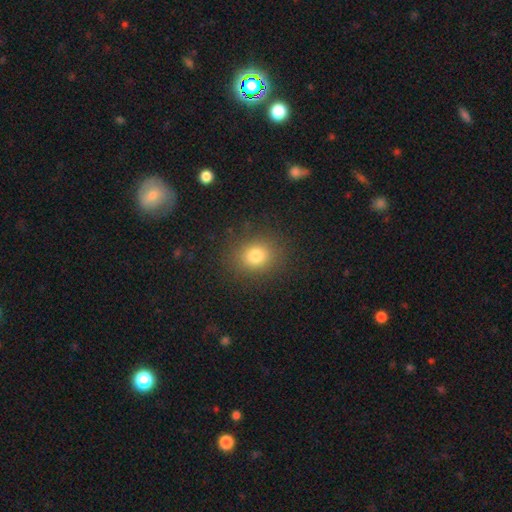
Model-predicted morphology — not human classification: A smooth galaxy with no disk features (80%) that is round (71%).

Vote fractions:
- Smooth or featured? smooth: 80% / star or artifact: 13% / featured or disk: 7%
- How rounded? round: 71% / in between: 28% / cigar-shaped: 1%
- Merging? none: 87% / minor disturbance: 8% / major disturbance: 3% / merger: 1%